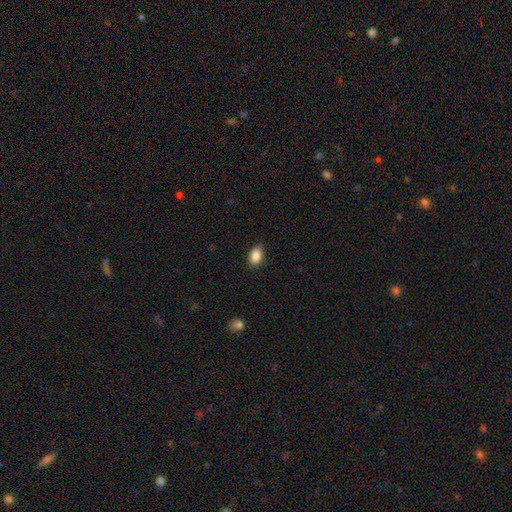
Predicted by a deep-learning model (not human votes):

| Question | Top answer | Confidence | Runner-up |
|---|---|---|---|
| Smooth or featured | smooth | 89% | star or artifact (8%) |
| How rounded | in between | 89% | round (10%) |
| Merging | none | 87% | minor disturbance (10%) |